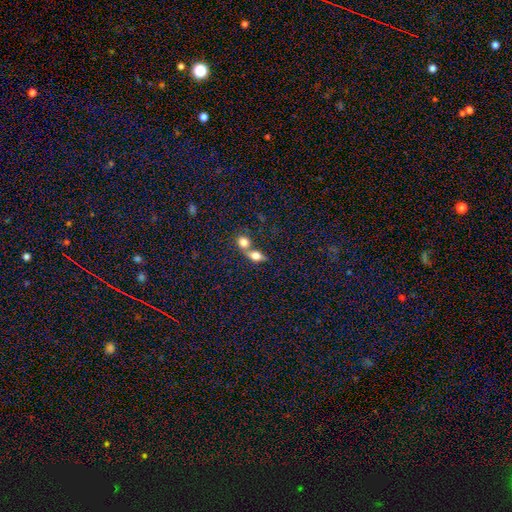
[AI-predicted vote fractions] smooth_or_featured: smooth (p=0.72) [alt: featured or disk p=0.18]
how_rounded: in between (p=0.66) [alt: round p=0.25]
merging: merger (p=0.58) [alt: none p=0.30]